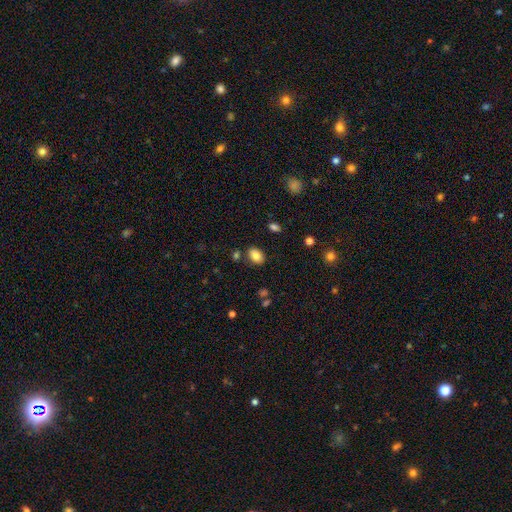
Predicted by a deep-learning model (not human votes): smooth_or_featured: smooth (p=0.84) [alt: star or artifact p=0.09]
how_rounded: in between (p=0.82) [alt: round p=0.17]
merging: none (p=0.80) [alt: minor disturbance p=0.11]